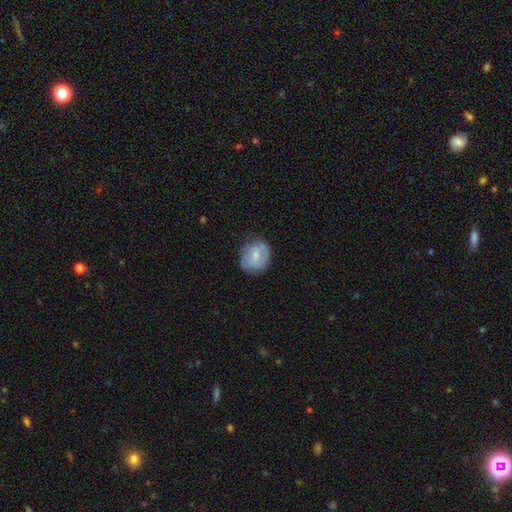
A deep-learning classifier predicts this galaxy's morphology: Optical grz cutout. It shows a smooth galaxy with no disk features (56%) that is round (69%). Merging: none (74%).